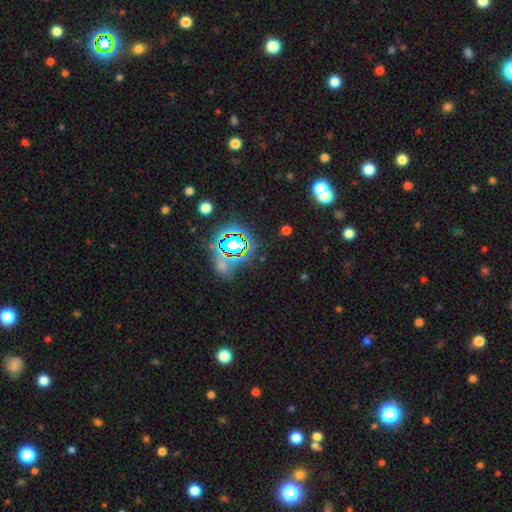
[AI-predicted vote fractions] smooth_or_featured: star or artifact (p=0.79) [alt: smooth p=0.13]